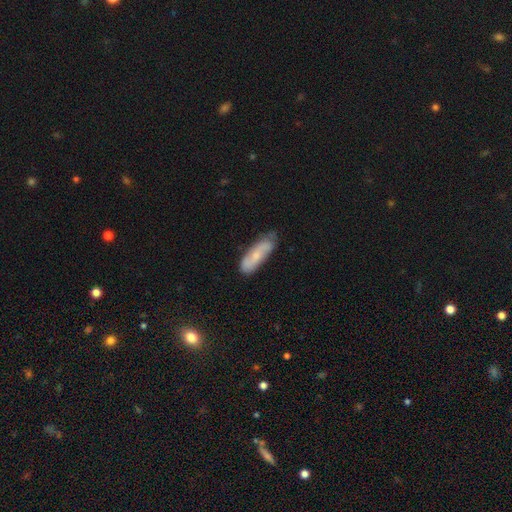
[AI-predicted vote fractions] smooth_or_featured: smooth (p=0.57) [alt: featured or disk p=0.37]
how_rounded: in between (p=0.49) [tied with: cigar-shaped p=0.49]
merging: none (p=0.65) [alt: minor disturbance p=0.27]